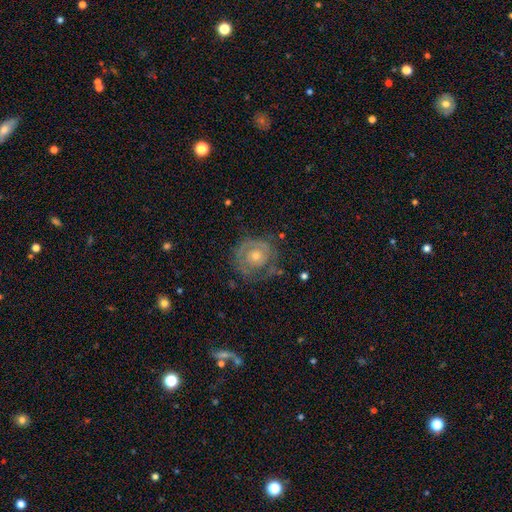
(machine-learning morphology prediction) Q: Smooth or featured?
A: featured or disk (71%); runner-up: smooth (20%)
Q: Edge-on disk?
A: no (97%); runner-up: yes (3%)
Q: Bar?
A: no (83%); runner-up: weak (14%)
Q: Spiral arms?
A: yes (75%); runner-up: no (25%)
Q: Spiral winding?
A: tight (69%); runner-up: medium (23%)
Q: Spiral arm count?
A: can't tell (38%); runner-up: 2 (32%)
Q: Bulge size?
A: moderate (56%); runner-up: small (38%)
Q: Merging?
A: none (68%); runner-up: minor disturbance (19%)